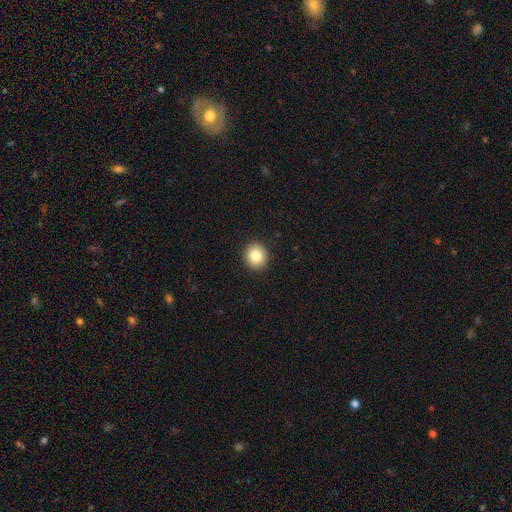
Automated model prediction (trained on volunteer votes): Smooth or featured?
  - smooth: 83% *
  - star or artifact: 9%
  - featured or disk: 8%
How rounded?
  - round: 78% *
  - in between: 21%
  - cigar-shaped: 1%
Merging?
  - none: 92% *
  - minor disturbance: 5%
  - major disturbance: 2%
  - merger: 1%